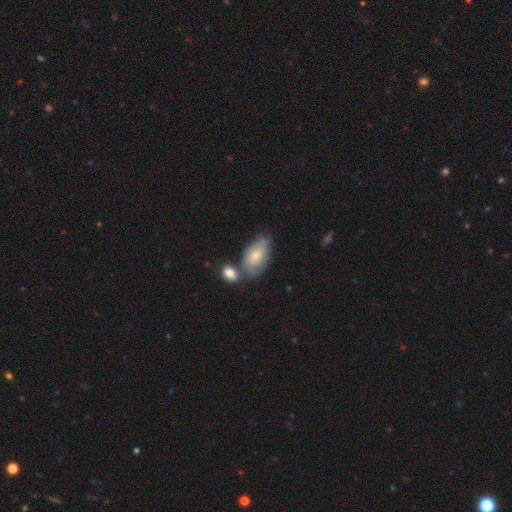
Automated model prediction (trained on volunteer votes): smooth 56%, featured or disk 37%, star or artifact 7%. Down the decision tree: how rounded — in between (90%); merging — none (42%).